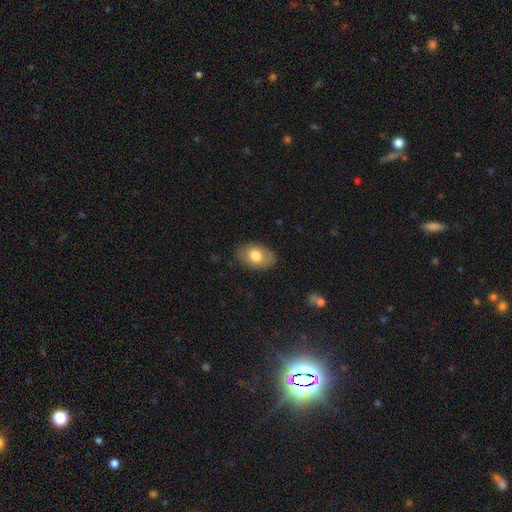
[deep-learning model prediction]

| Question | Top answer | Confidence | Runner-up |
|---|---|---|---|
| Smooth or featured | smooth | 77% | featured or disk (16%) |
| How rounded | in between | 86% | round (13%) |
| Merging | none | 82% | minor disturbance (14%) |